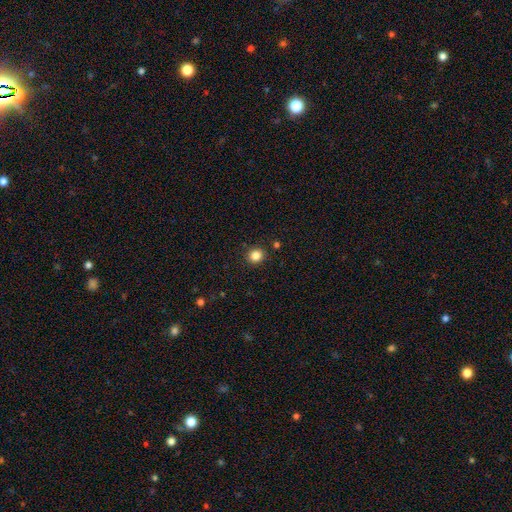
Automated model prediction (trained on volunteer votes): Smooth or featured?
  - smooth: 84% *
  - star or artifact: 12%
  - featured or disk: 4%
How rounded?
  - round: 87% *
  - in between: 12%
  - cigar-shaped: 1%
Merging?
  - none: 91% *
  - minor disturbance: 6%
  - major disturbance: 2%
  - merger: 2%